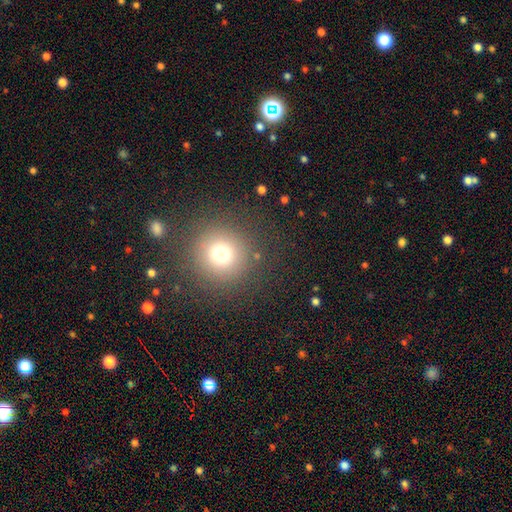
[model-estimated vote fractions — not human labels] smooth 65%, star or artifact 27%, featured or disk 8%. Down the decision tree: how rounded — round (95%); merging — none (90%).